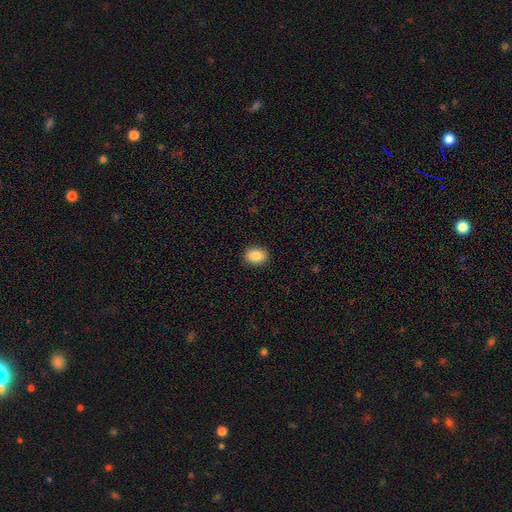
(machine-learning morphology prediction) This appears to be a smooth galaxy with no disk features (88%) that is in between round and cigar-shaped (60%). Merging: none (90%).